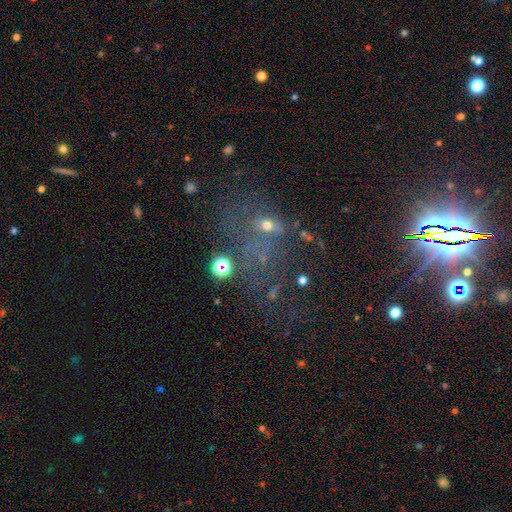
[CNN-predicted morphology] star or artifact 52%, featured or disk 26%, smooth 22%.